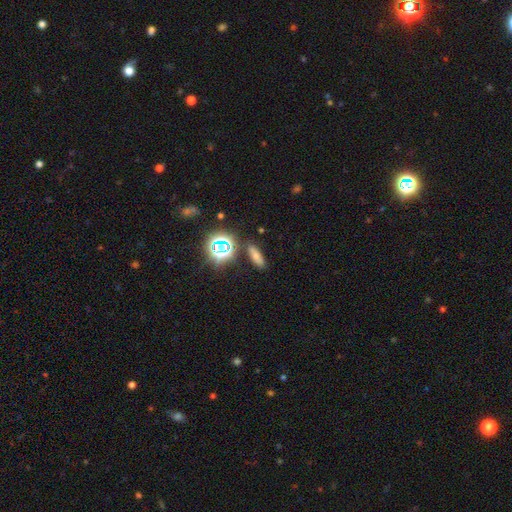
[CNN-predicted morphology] smooth 62%, star or artifact 27%, featured or disk 11%. Down the decision tree: how rounded — in between (53%); merging — none (83%).